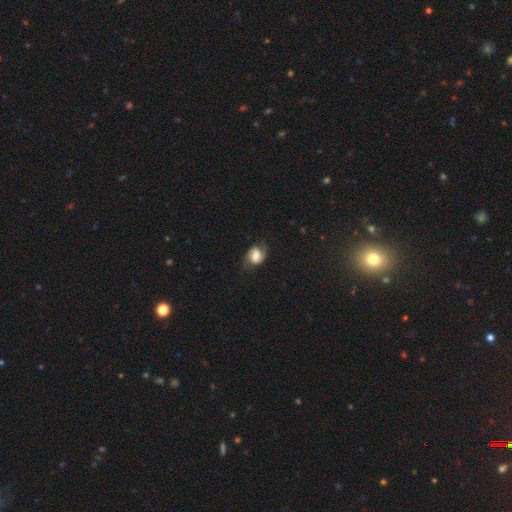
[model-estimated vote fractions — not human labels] The model was most divided on "smooth or featured": featured or disk: 47%, smooth: 44%, star or artifact: 9%. More confident: merging — none (67%).